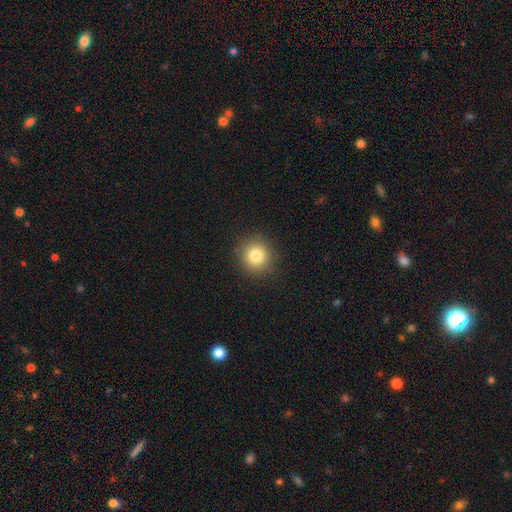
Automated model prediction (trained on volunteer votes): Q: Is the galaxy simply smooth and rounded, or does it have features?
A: smooth — 81%.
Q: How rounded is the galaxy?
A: round — 91%.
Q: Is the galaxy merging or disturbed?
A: none — 89%.